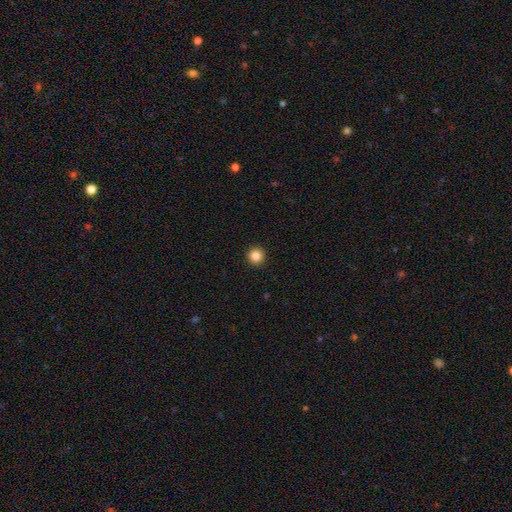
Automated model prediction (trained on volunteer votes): The model was most divided on "smooth or featured": smooth: 85%, star or artifact: 11%, featured or disk: 4%. More confident: how rounded — round (95%); merging — none (94%).